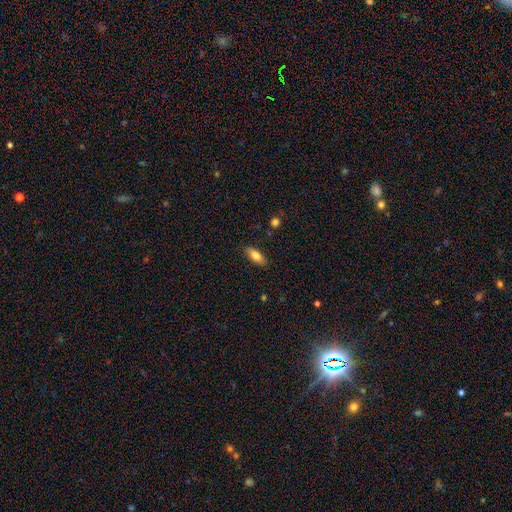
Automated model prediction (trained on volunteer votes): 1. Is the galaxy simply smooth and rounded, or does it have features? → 81% smooth, 13% featured or disk, 7% star or artifact.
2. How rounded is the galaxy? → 75% in between, 23% cigar-shaped, 2% round.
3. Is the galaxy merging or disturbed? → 86% none, 11% minor disturbance, 2% major disturbance, 1% merger.